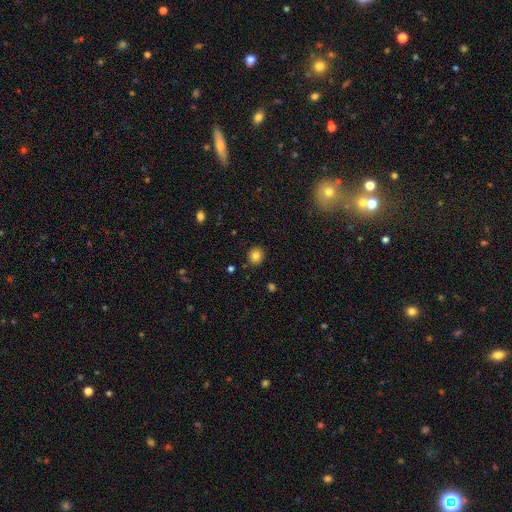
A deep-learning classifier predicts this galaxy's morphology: Smooth or featured? smooth (82%)
How rounded? round (84%)
Merging? none (90%)